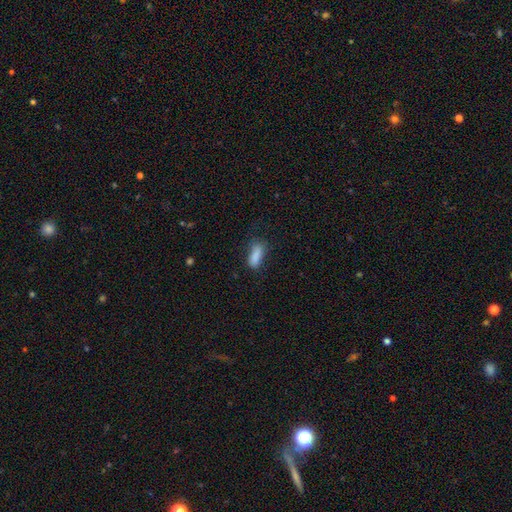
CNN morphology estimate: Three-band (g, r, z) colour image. It shows a smooth galaxy with no disk features (85%) that is in between round and cigar-shaped (68%). Merging: none (67%).